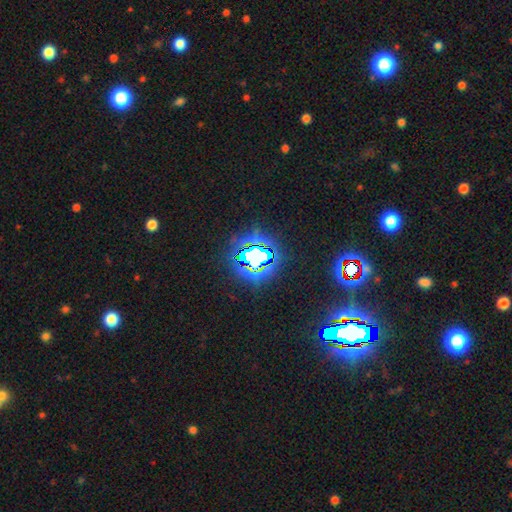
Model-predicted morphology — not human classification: Smooth or featured? star or artifact (77%)